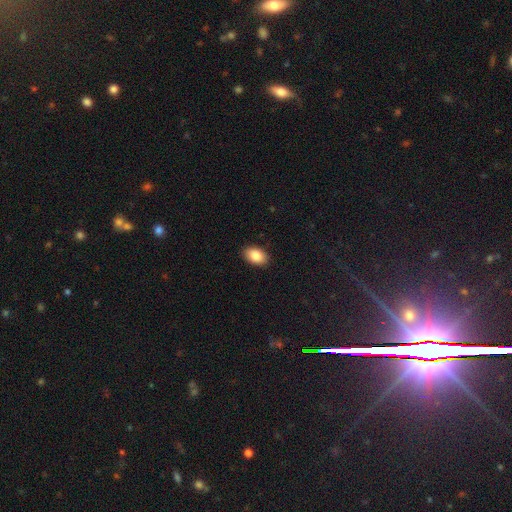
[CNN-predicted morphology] smooth-or-featured: smooth: 87% | star or artifact: 7% | featured or disk: 6%
  how-rounded: in between: 88% | round: 11% | cigar-shaped: 1%
  merging: none: 89% | minor disturbance: 8% | major disturbance: 2% | merger: 1%